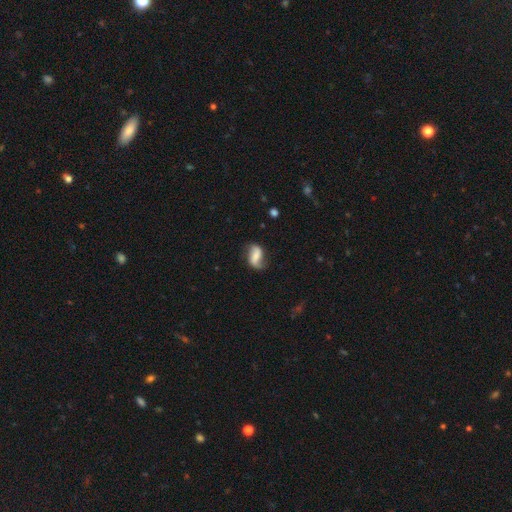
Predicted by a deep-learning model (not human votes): A featured or disk galaxy (51%). Merging: none (60%).